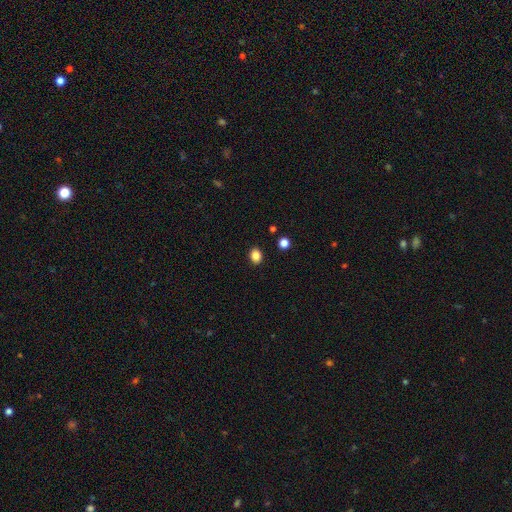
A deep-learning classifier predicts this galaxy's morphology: Smooth or featured? smooth (86%)
How rounded? in between (51%)
Merging? none (90%)